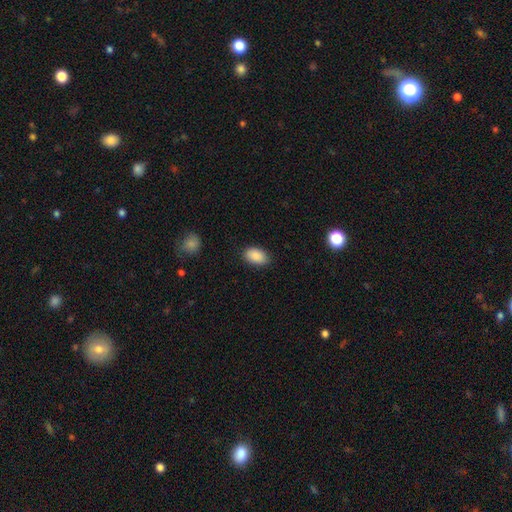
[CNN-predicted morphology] smooth_or_featured: smooth (p=0.89) [alt: star or artifact p=0.07]
how_rounded: in between (p=0.92) [alt: round p=0.07]
merging: none (p=0.84) [alt: minor disturbance p=0.12]